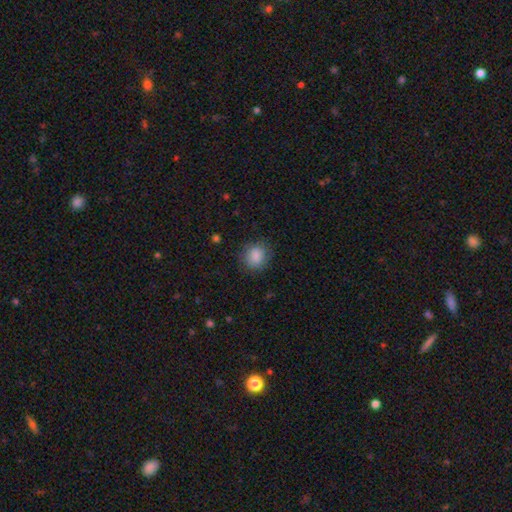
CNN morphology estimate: Smooth or featured? Predicted: smooth (p=0.86). How rounded? Predicted: round (p=0.79). Merging? Predicted: none (p=0.83).